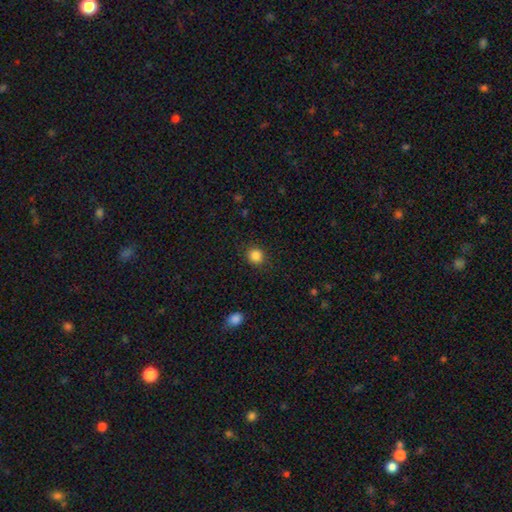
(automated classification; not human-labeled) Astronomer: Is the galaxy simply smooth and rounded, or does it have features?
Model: smooth — 86%.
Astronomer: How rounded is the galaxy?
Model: round — 89%.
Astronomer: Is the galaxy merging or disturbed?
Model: none — 89%.